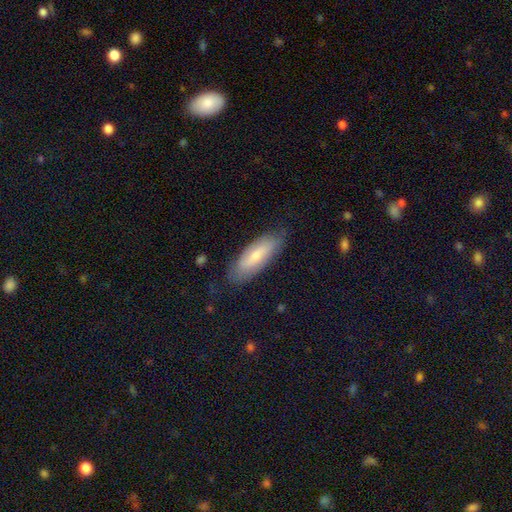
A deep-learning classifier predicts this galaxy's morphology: This appears to be a smooth galaxy with no disk features (62%) that is in between round and cigar-shaped (64%). Merging: none (77%).